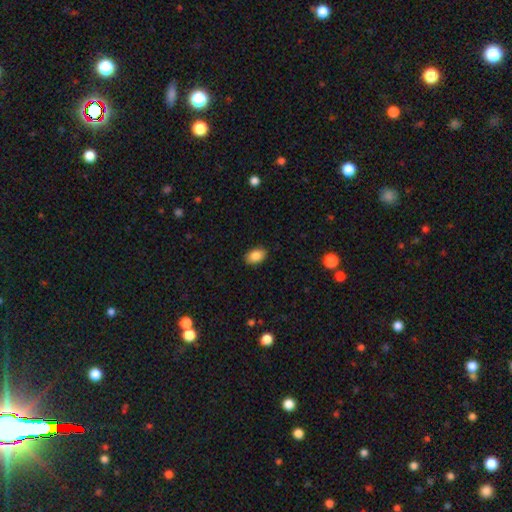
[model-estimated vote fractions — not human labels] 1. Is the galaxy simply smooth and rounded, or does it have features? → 87% smooth, 8% star or artifact, 5% featured or disk.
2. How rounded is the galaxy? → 87% in between, 11% round, 1% cigar-shaped.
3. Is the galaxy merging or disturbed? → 88% none, 9% minor disturbance, 2% major disturbance, 1% merger.